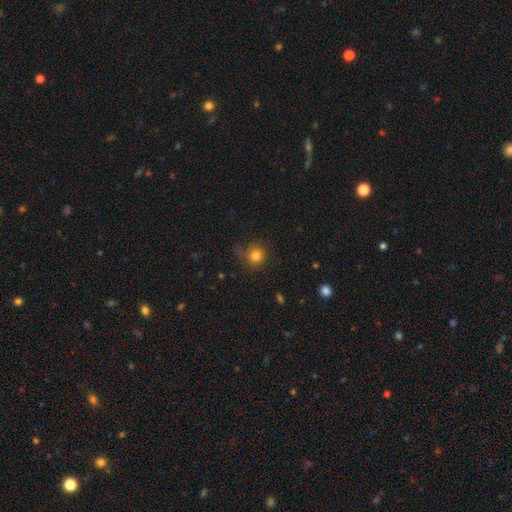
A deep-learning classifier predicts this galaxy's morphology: type=smooth (80%); roundness=round (91%); merging=none (69%).